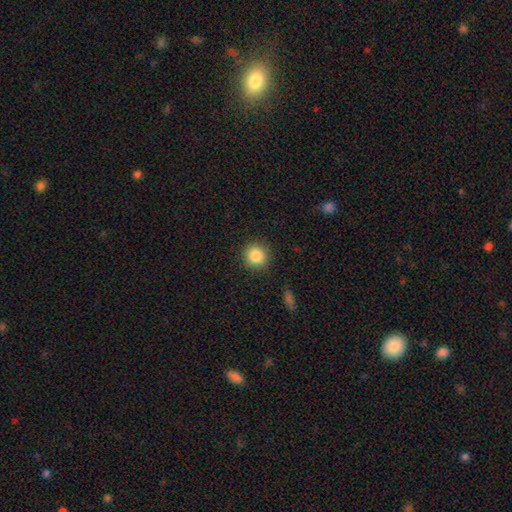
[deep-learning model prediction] Smooth or featured: smooth — 86% (star or artifact — 10%)
How rounded: round — 92% (in between — 7%)
Merging: none — 90% (minor disturbance — 6%)